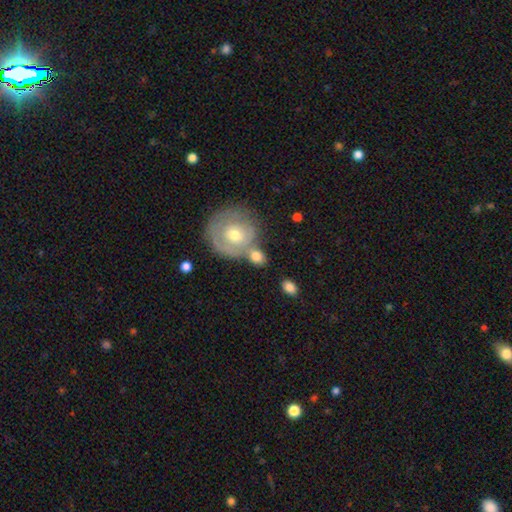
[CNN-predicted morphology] Smooth or featured: smooth — 55% (featured or disk — 37%)
How rounded: round — 75% (in between — 23%)
Merging: none — 50% (merger — 28%)